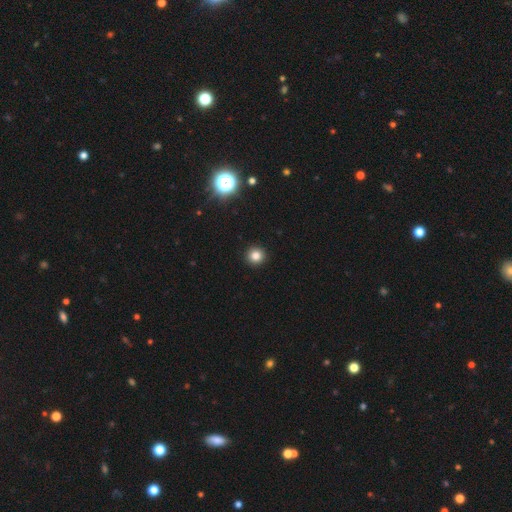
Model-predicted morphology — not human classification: Smooth or featured: smooth — 82% (star or artifact — 13%)
How rounded: round — 94% (in between — 5%)
Merging: none — 93% (minor disturbance — 4%)